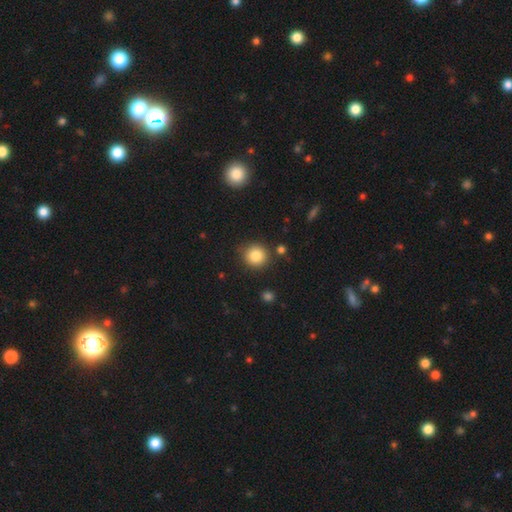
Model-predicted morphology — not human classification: type=smooth (85%); roundness=round (90%); merging=none (85%).